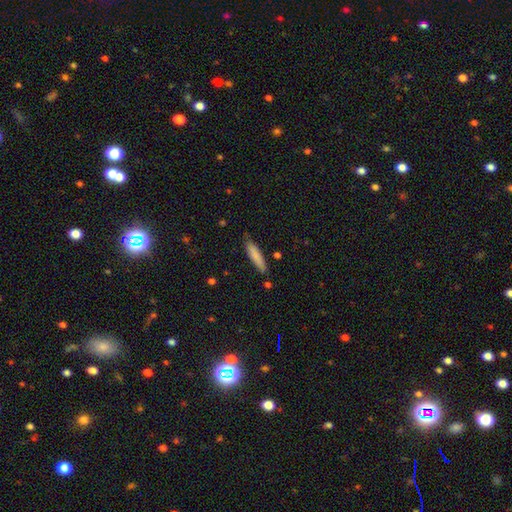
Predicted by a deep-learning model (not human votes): Smooth or featured? smooth (81%)
How rounded? cigar-shaped (81%)
Merging? none (80%)